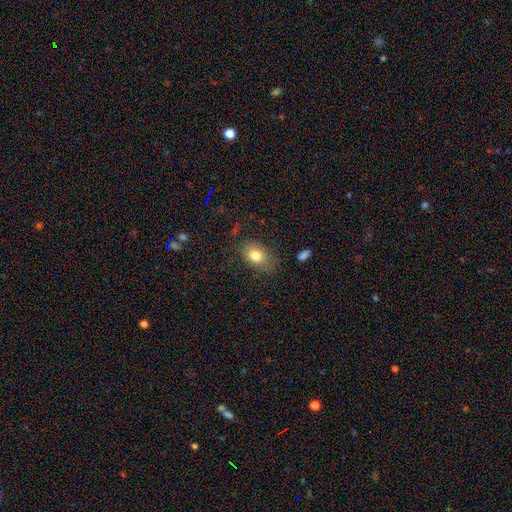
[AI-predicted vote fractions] Smooth or featured? Predicted: smooth (p=0.80). How rounded? Predicted: in between (p=0.79). Merging? Predicted: none (p=0.69).